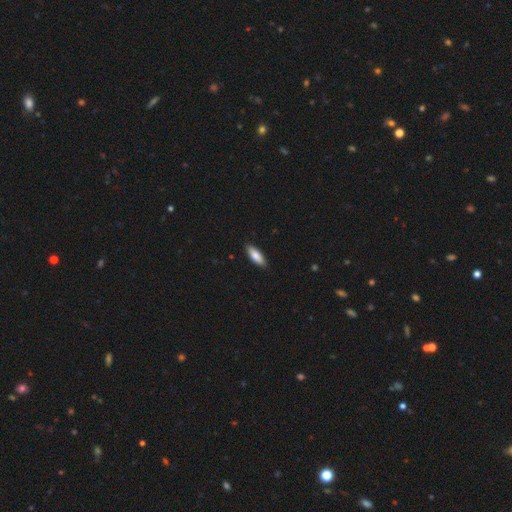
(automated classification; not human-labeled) smooth_or_featured: smooth (p=0.82) [alt: featured or disk p=0.12]
how_rounded: in between (p=0.65) [alt: cigar-shaped p=0.33]
merging: none (p=0.89) [alt: minor disturbance p=0.09]